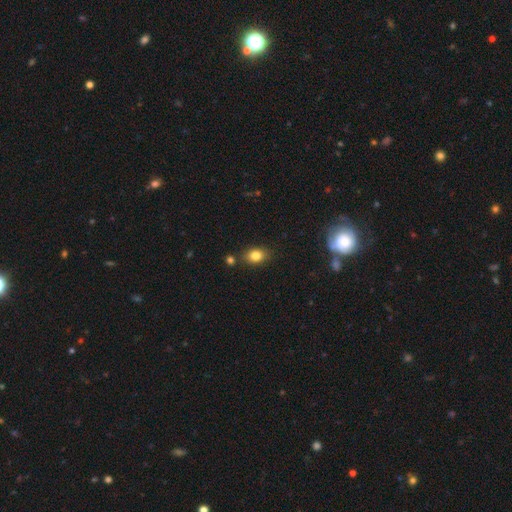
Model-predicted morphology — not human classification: A smooth galaxy with no disk features (81%) that is in between round and cigar-shaped (62%). Merging: none (79%).